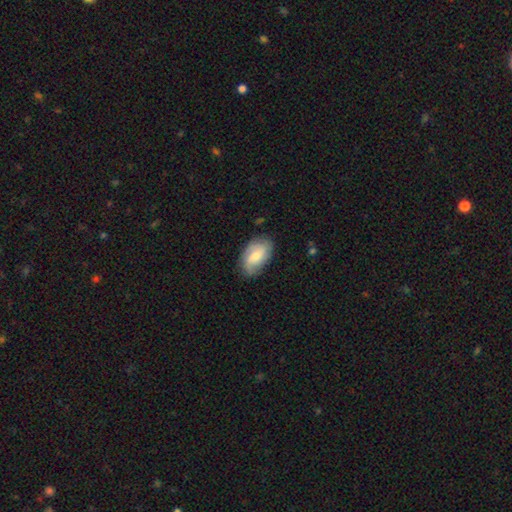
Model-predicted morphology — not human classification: This appears to be a smooth galaxy with no disk features (51%) that is in between round and cigar-shaped (91%). Merging: none (74%).